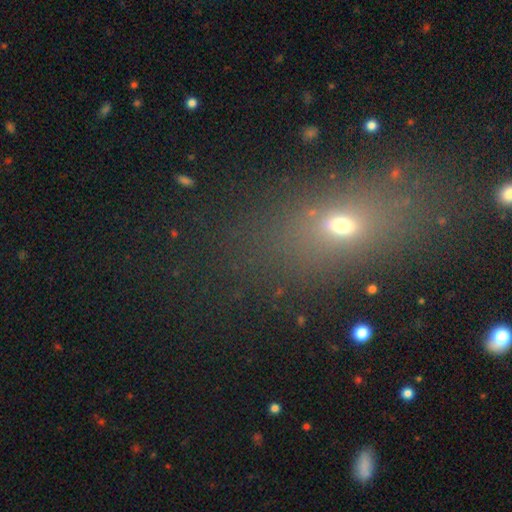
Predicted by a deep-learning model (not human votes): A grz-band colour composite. It shows a smooth galaxy with no disk features (50%) that is in between round and cigar-shaped (60%). Merging: none (81%).